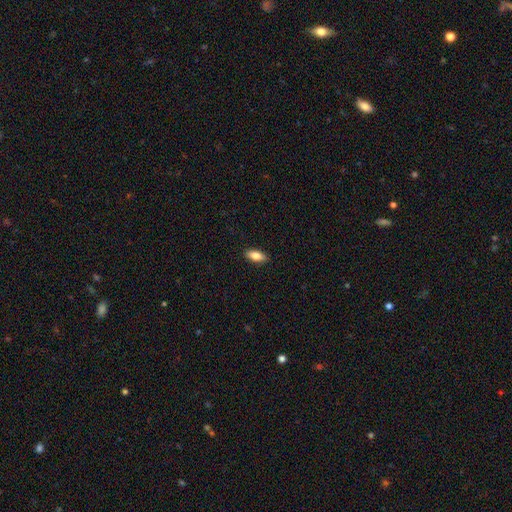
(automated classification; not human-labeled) A smooth galaxy with no disk features (81%) that is in between round and cigar-shaped (83%). Merging: none (90%).